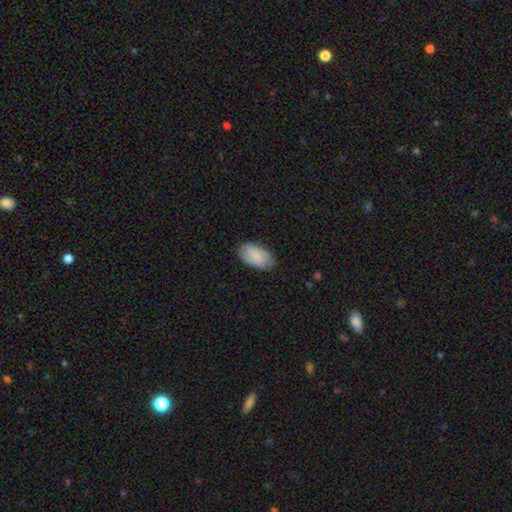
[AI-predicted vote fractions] Q: Smooth or featured?
A: smooth (76%); runner-up: featured or disk (17%)
Q: How rounded?
A: in between (94%); runner-up: round (5%)
Q: Merging?
A: none (78%); runner-up: minor disturbance (18%)